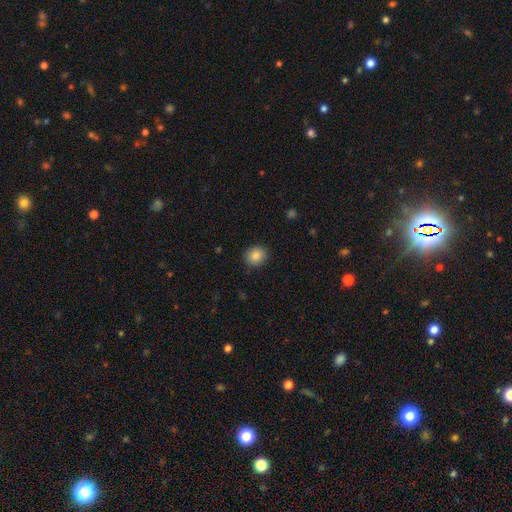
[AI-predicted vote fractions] Smooth or featured: smooth — 85% (star or artifact — 9%)
How rounded: round — 71% (in between — 28%)
Merging: none — 88% (minor disturbance — 9%)